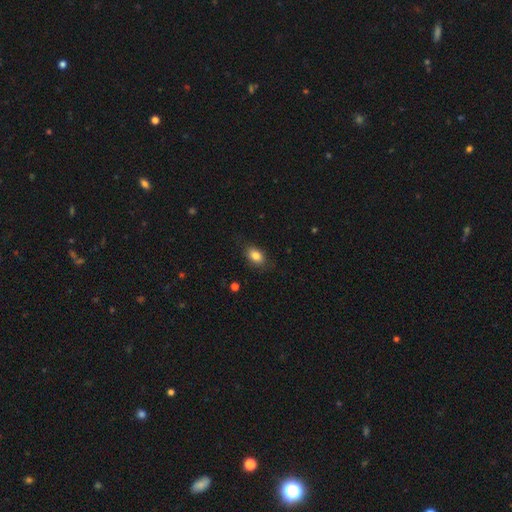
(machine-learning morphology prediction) Overall: smooth (83%). How rounded: in between (83%). Merging: none (82%).